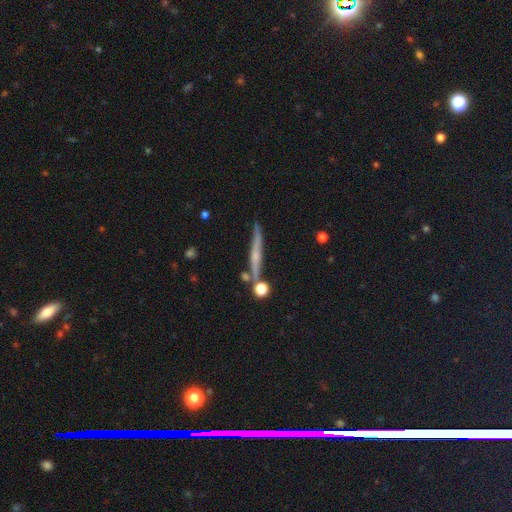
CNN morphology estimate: A featured or disk galaxy (58%) viewed edge-on (95%) with a rounded central bulge (50%).

Vote fractions:
- Smooth or featured? featured or disk: 58% / smooth: 32% / star or artifact: 10%
- Edge-on disk? yes: 95% / no: 5%
- Edge-on bulge? rounded: 50% / none: 41% / boxy: 8%
- Merging? none: 78% / minor disturbance: 12% / merger: 8% / major disturbance: 3%